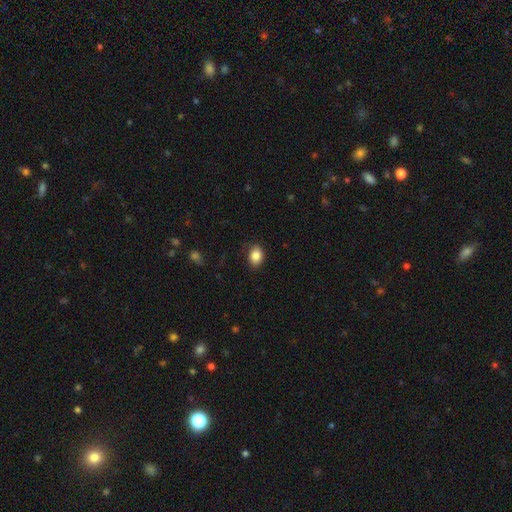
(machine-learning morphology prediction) Smooth or featured: smooth — 86% (star or artifact — 9%)
How rounded: in between — 67% (round — 32%)
Merging: none — 83% (minor disturbance — 13%)